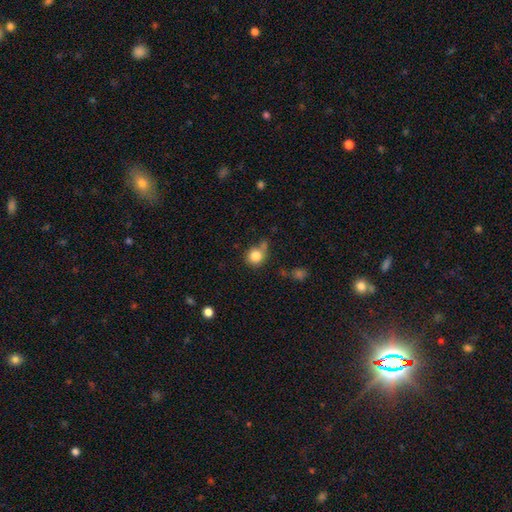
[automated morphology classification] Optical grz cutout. It shows a smooth galaxy with no disk features (83%) that is round (88%). Merging: none (58%).